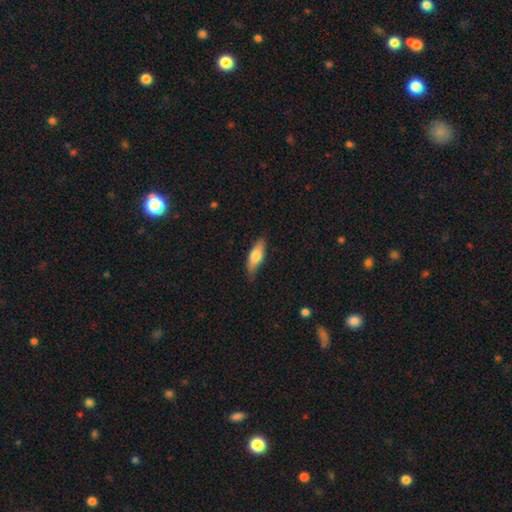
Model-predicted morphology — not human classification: type=smooth (66%); roundness=in between (57%); merging=none (77%).